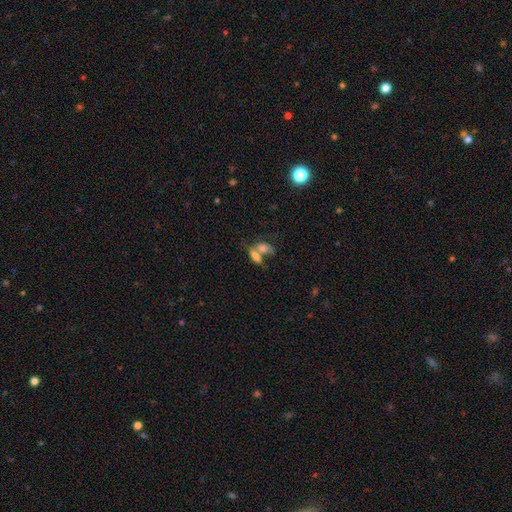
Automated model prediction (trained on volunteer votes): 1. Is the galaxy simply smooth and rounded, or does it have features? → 69% smooth, 20% featured or disk, 11% star or artifact.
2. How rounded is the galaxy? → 77% in between, 13% cigar-shaped, 9% round.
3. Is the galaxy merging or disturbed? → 60% merger, 25% none, 8% minor disturbance, 6% major disturbance.